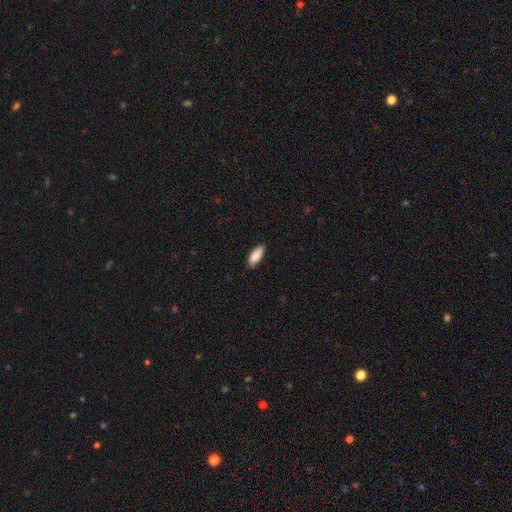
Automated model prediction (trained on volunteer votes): smooth-or-featured: smooth: 89% | star or artifact: 6% | featured or disk: 5%
  how-rounded: in between: 82% | cigar-shaped: 17% | round: 2%
  merging: none: 85% | minor disturbance: 12% | major disturbance: 2% | merger: 1%